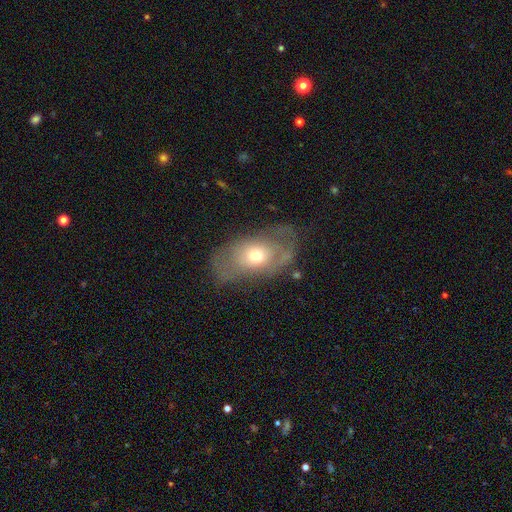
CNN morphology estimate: A featured or disk galaxy (50%).

Vote fractions:
- Smooth or featured? featured or disk: 50% / smooth: 42% / star or artifact: 7%
- Edge-on disk? no: 88% / yes: 12%
- Merging? none: 60% / minor disturbance: 24% / major disturbance: 14% / merger: 2%